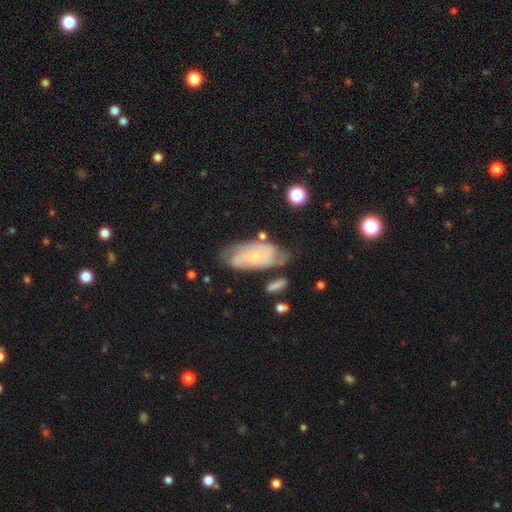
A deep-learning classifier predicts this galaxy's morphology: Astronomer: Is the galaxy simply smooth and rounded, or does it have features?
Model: featured or disk — 65%.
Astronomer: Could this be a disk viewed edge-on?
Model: no — 92%.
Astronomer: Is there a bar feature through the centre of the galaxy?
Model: no — 76%.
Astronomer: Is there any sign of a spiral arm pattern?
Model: yes — 84%.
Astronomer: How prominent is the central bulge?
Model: small — 75%.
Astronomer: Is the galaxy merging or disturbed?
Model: none — 56%.